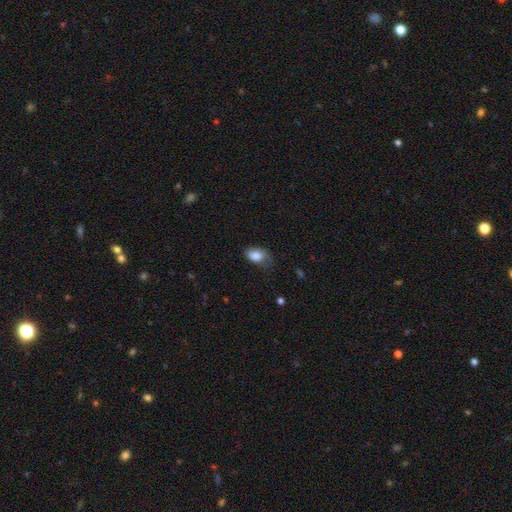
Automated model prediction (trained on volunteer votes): The model was most divided on "merging": none: 47%, minor disturbance: 35%, major disturbance: 16%, merger: 2%. More confident: how rounded — in between (87%); smooth or featured — smooth (80%).